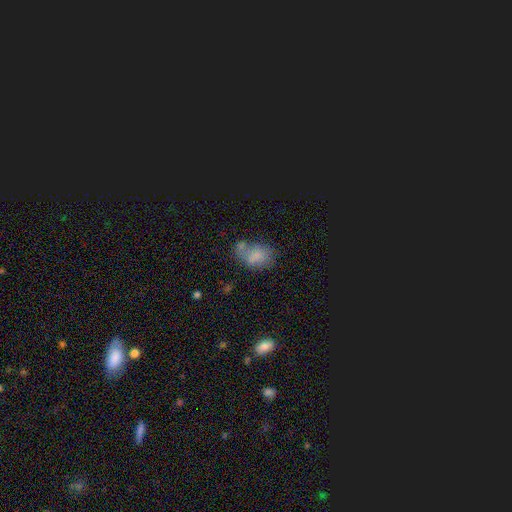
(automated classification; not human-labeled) smooth 70%, featured or disk 18%, star or artifact 11%. Down the decision tree: how rounded — in between (81%); merging — none (33%).